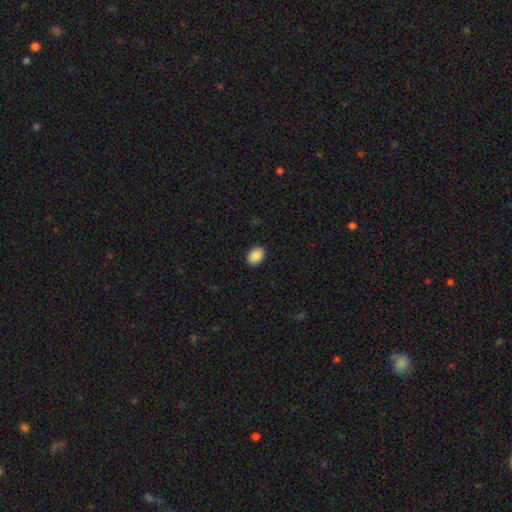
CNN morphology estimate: type=smooth (90%); roundness=in between (71%); merging=none (91%).